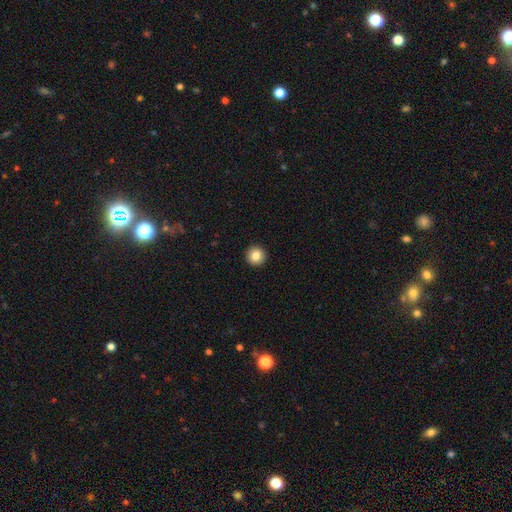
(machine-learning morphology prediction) type=smooth (85%); roundness=round (96%); merging=none (94%).